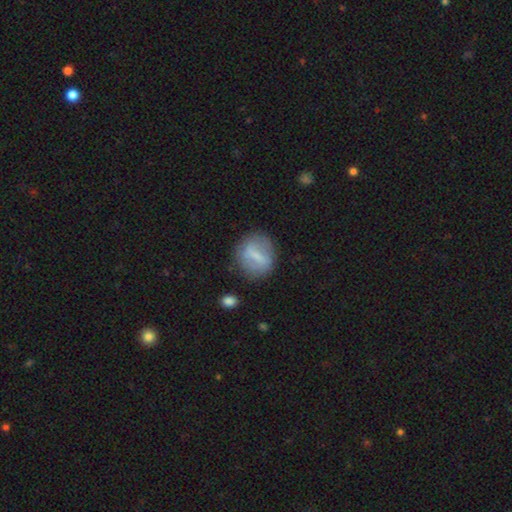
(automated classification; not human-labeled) smooth_or_featured: smooth (p=0.52) [alt: featured or disk p=0.40]
how_rounded: round (p=0.64) [alt: in between p=0.32]
merging: none (p=0.76) [alt: minor disturbance p=0.15]